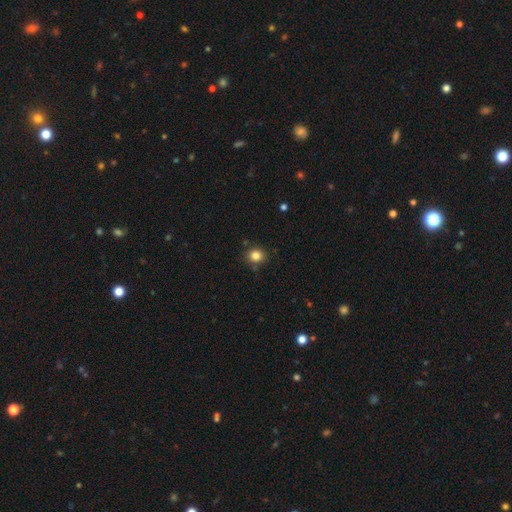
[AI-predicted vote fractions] smooth_or_featured: smooth (p=0.83) [alt: star or artifact p=0.12]
how_rounded: round (p=0.82) [alt: in between p=0.17]
merging: none (p=0.83) [alt: minor disturbance p=0.11]